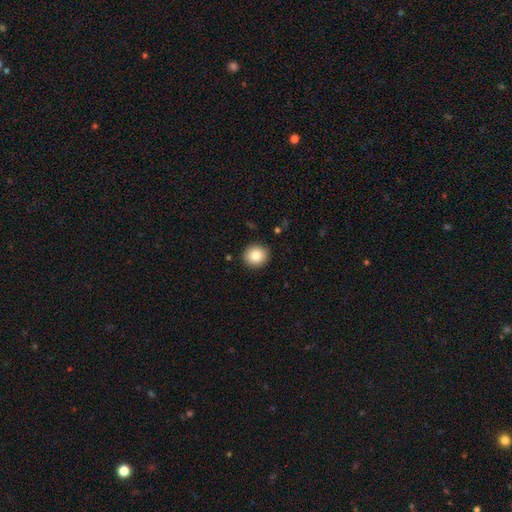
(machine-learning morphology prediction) smooth-or-featured: smooth: 84% | star or artifact: 9% | featured or disk: 8%
  how-rounded: round: 89% | in between: 10% | cigar-shaped: 1%
  merging: none: 91% | minor disturbance: 6% | major disturbance: 2% | merger: 1%